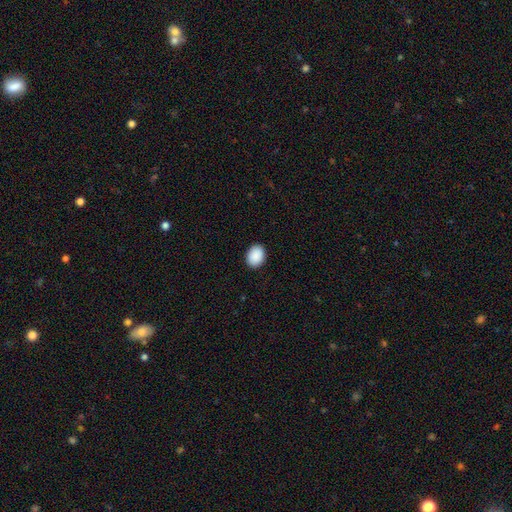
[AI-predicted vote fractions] smooth 91%, star or artifact 7%, featured or disk 2%. Down the decision tree: how rounded — in between (64%); merging — none (91%).